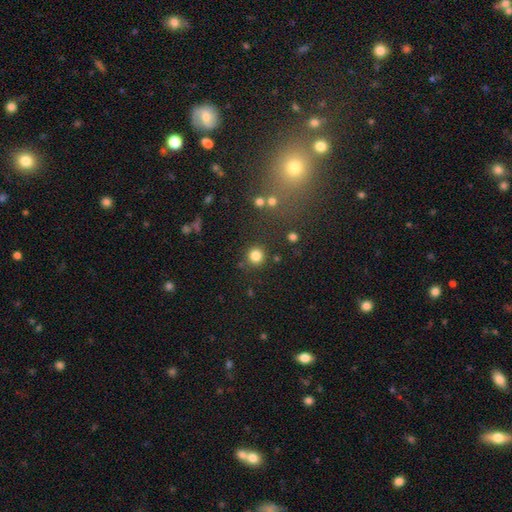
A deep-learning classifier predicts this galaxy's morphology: This appears to be a smooth galaxy with no disk features (83%) that is round (94%). Merging: none (87%).